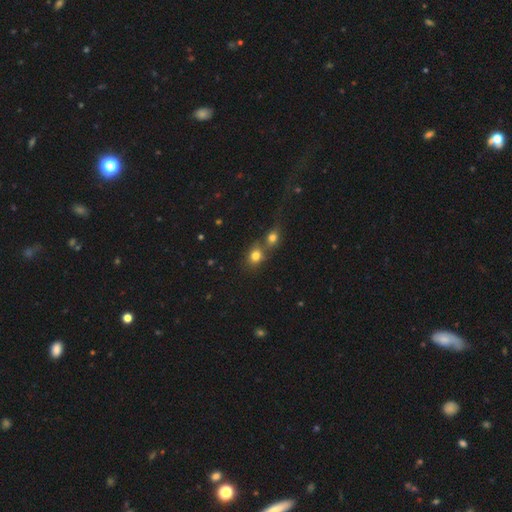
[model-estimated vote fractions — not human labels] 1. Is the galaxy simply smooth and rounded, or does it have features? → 77% smooth, 14% star or artifact, 9% featured or disk.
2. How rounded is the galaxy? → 66% round, 33% in between, 1% cigar-shaped.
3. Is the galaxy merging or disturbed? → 51% merger, 37% none, 8% minor disturbance, 4% major disturbance.